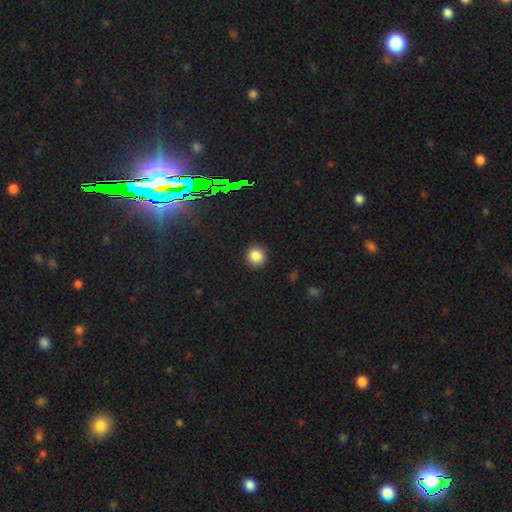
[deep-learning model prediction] Overall: smooth (85%). How rounded: round (91%). Merging: none (91%).